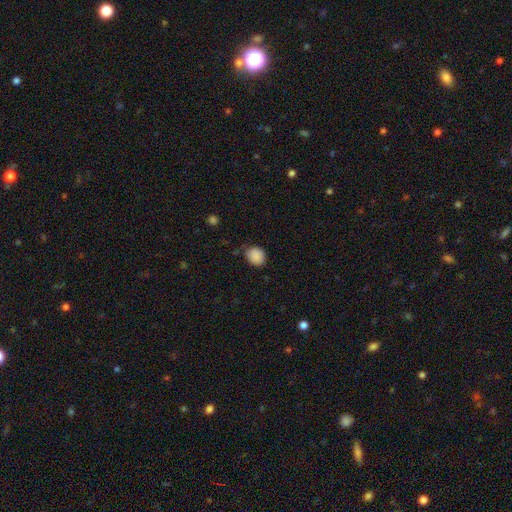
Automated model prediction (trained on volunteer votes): Smooth or featured? Predicted: smooth (p=0.88). How rounded? Predicted: round (p=0.62). Merging? Predicted: none (p=0.73).